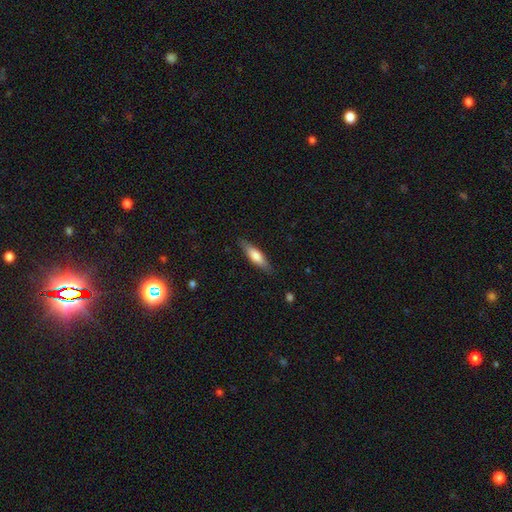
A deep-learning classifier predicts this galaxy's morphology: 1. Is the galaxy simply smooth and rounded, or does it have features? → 64% smooth, 31% featured or disk, 6% star or artifact.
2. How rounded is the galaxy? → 64% cigar-shaped, 34% in between, 2% round.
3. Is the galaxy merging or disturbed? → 85% none, 11% minor disturbance, 2% major disturbance, 1% merger.